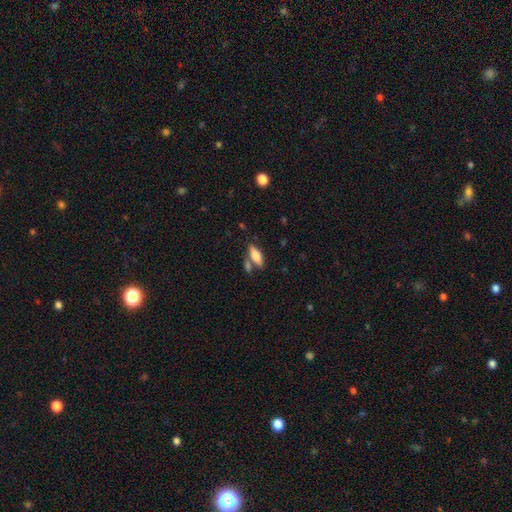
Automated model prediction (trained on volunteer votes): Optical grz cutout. It shows a smooth galaxy with no disk features (72%) that is in between round and cigar-shaped (72%). Merging: none (64%).